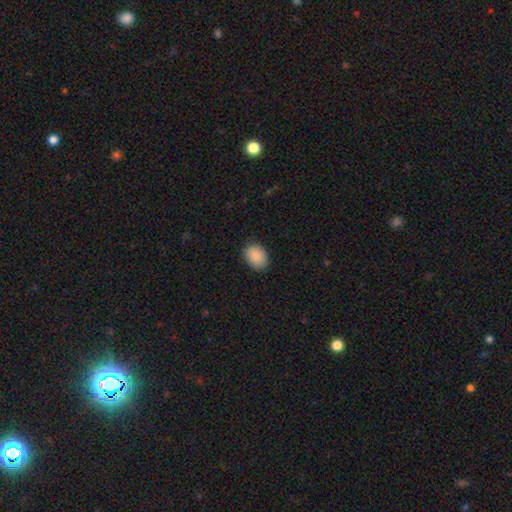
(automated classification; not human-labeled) A smooth galaxy with no disk features (89%) that is in between round and cigar-shaped (66%).

Vote fractions:
- Smooth or featured? smooth: 89% / star or artifact: 7% / featured or disk: 3%
- How rounded? in between: 66% / round: 33% / cigar-shaped: 1%
- Merging? none: 84% / minor disturbance: 13% / major disturbance: 2% / merger: 1%